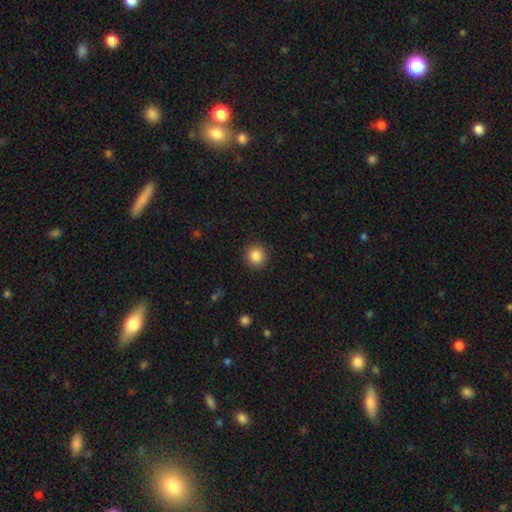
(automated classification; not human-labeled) Smooth or featured: smooth — 86% (star or artifact — 10%)
How rounded: round — 92% (in between — 7%)
Merging: none — 90% (minor disturbance — 6%)